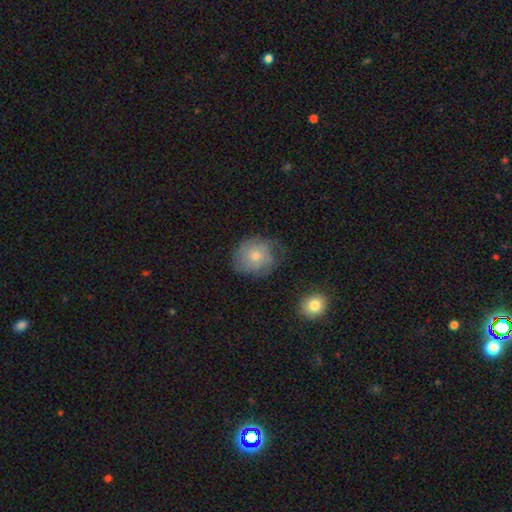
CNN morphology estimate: This appears to be a smooth galaxy with no disk features (59%) that is round (79%). Merging: none (62%).